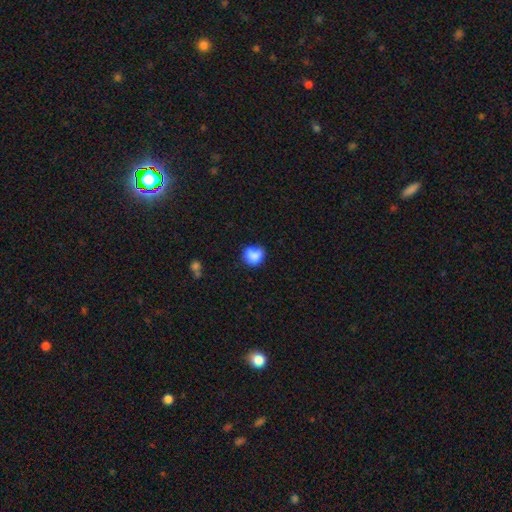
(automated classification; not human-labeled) smooth_or_featured: smooth (p=0.83) [alt: star or artifact p=0.09]
how_rounded: round (p=0.71) [alt: in between p=0.28]
merging: none (p=0.51) [alt: minor disturbance p=0.31]